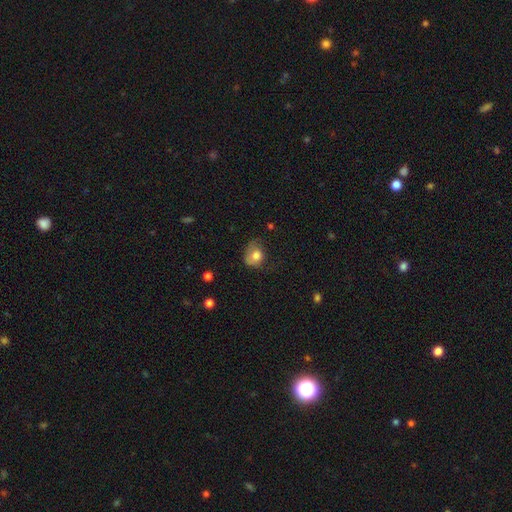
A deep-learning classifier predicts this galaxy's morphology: Smooth or featured: smooth — 73% (featured or disk — 19%)
How rounded: round — 50% (in between — 49%)
Merging: none — 37% (minor disturbance — 35%)